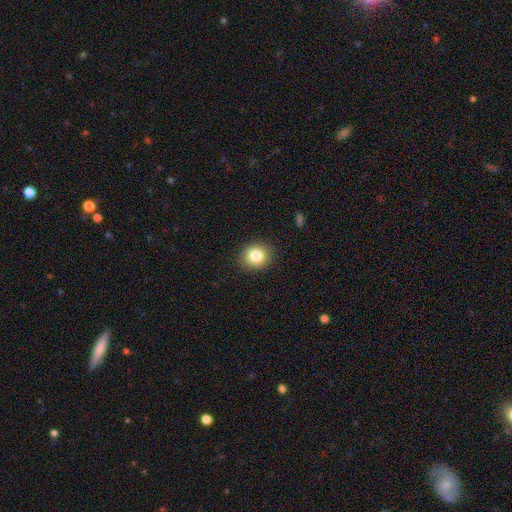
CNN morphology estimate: Smooth or featured? smooth (83%)
How rounded? round (76%)
Merging? none (89%)